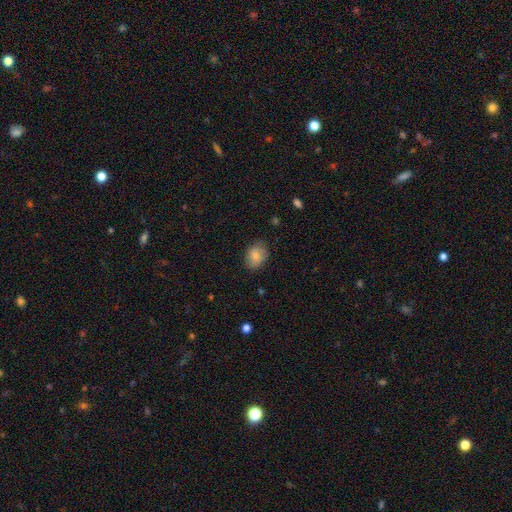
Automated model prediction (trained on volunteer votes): Smooth or featured? Predicted: smooth (p=0.80). How rounded? Predicted: in between (p=0.66). Merging? Predicted: none (p=0.78).